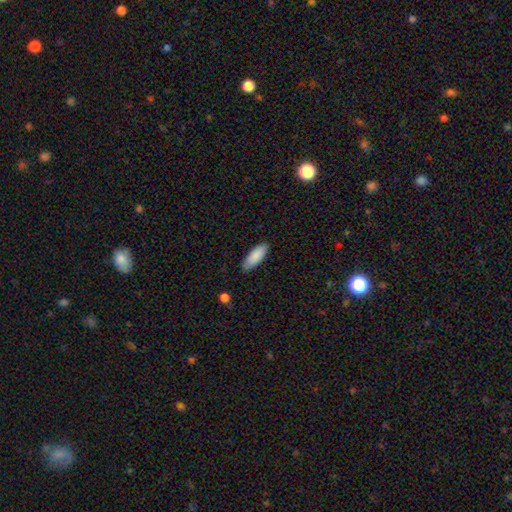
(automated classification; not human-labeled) smooth_or_featured: smooth (p=0.87) [alt: featured or disk p=0.07]
how_rounded: in between (p=0.72) [alt: cigar-shaped p=0.27]
merging: none (p=0.85) [alt: minor disturbance p=0.12]